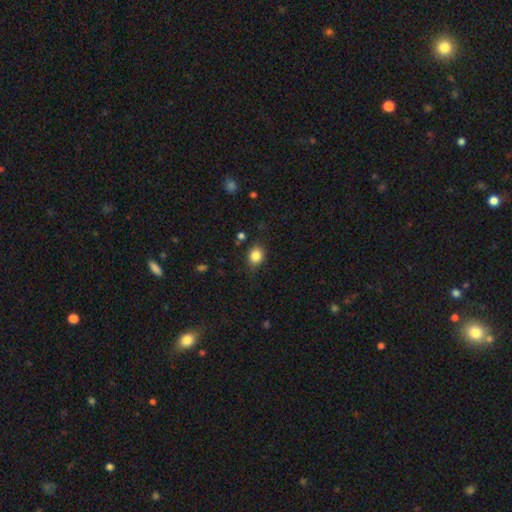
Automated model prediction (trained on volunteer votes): This appears to be a smooth galaxy with no disk features (83%) that is round (60%). Merging: none (81%).